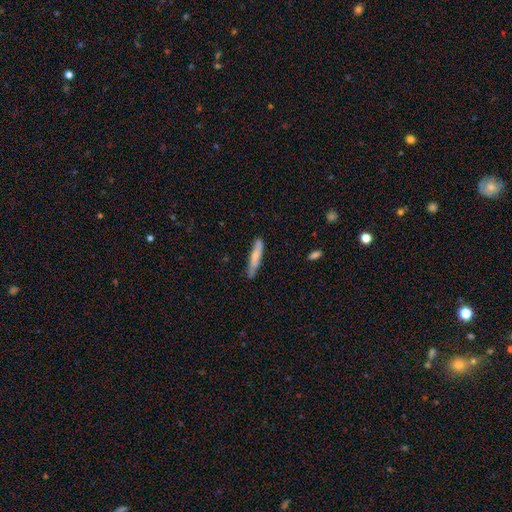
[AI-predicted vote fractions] A smooth galaxy with no disk features (63%) that is cigar-shaped (91%).

Vote fractions:
- Smooth or featured? smooth: 63% / featured or disk: 32% / star or artifact: 6%
- How rounded? cigar-shaped: 91% / in between: 8% / round: 1%
- Merging? none: 75% / minor disturbance: 19% / major disturbance: 3% / merger: 2%